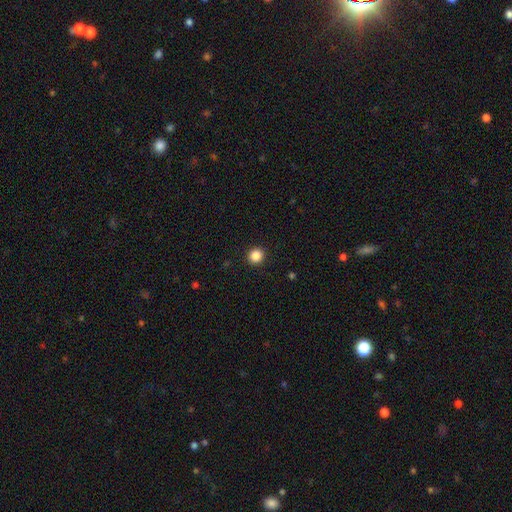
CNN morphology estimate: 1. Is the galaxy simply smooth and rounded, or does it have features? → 87% smooth, 10% star or artifact, 3% featured or disk.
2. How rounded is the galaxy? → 88% round, 11% in between, 1% cigar-shaped.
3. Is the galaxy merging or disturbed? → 92% none, 5% minor disturbance, 2% major disturbance, 1% merger.